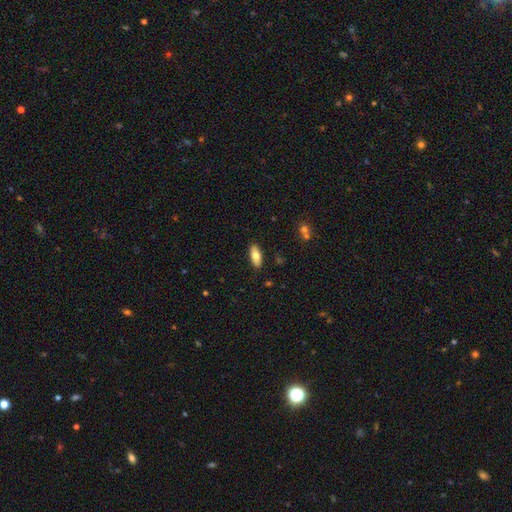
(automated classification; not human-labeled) This is likely a smooth galaxy (72%). How rounded: likely in between (80%). Merging: clearly none (88%).